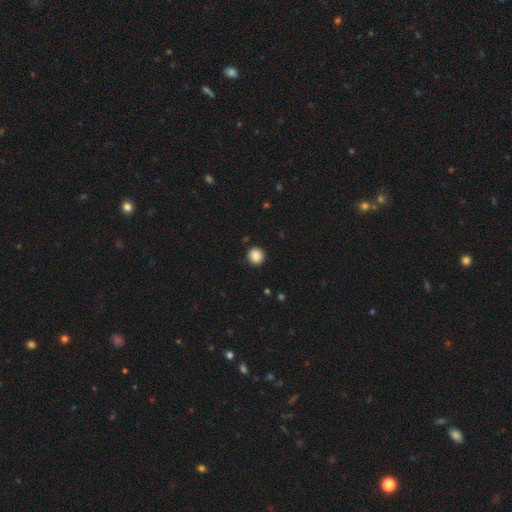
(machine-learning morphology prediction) smooth 88%, star or artifact 9%, featured or disk 3%. Down the decision tree: how rounded — round (87%); merging — none (90%).